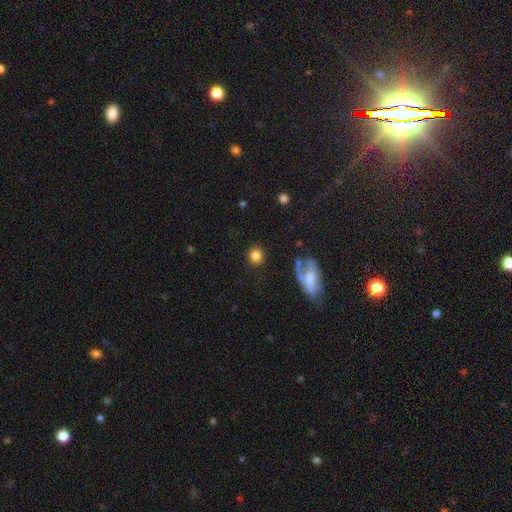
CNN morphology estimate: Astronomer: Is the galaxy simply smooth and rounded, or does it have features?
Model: smooth — 80%.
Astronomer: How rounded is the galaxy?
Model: round — 87%.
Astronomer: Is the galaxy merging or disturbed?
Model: none — 87%.